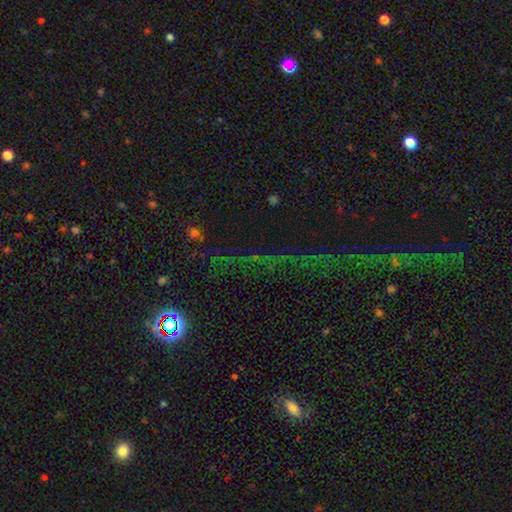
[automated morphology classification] star or artifact 72%, featured or disk 14%, smooth 14%.